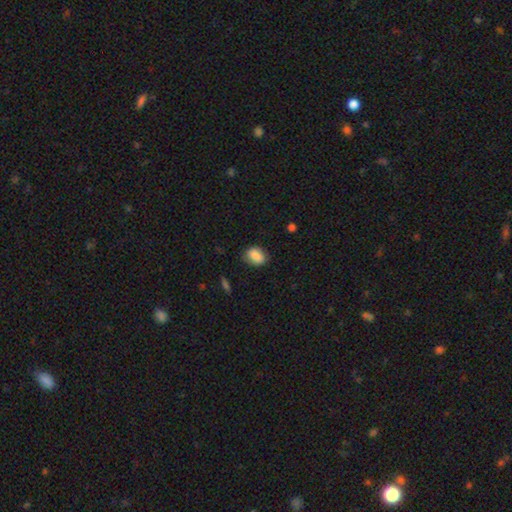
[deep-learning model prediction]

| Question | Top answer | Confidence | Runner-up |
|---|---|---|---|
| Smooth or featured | smooth | 84% | featured or disk (9%) |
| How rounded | in between | 71% | round (27%) |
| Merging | none | 78% | minor disturbance (17%) |